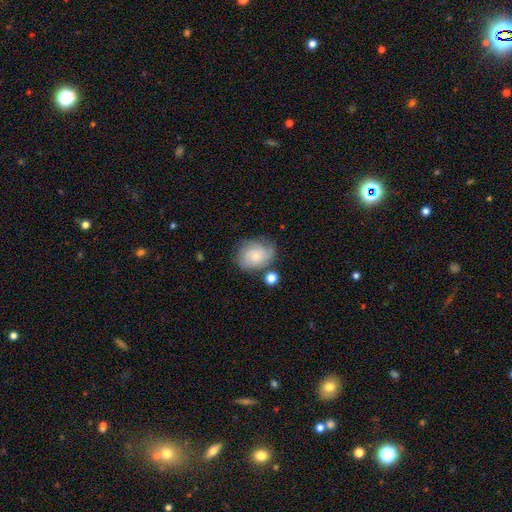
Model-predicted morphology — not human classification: smooth_or_featured: smooth (p=0.55) [alt: featured or disk p=0.36]
how_rounded: round (p=0.53) [alt: in between p=0.46]
merging: none (p=0.63) [alt: minor disturbance p=0.22]